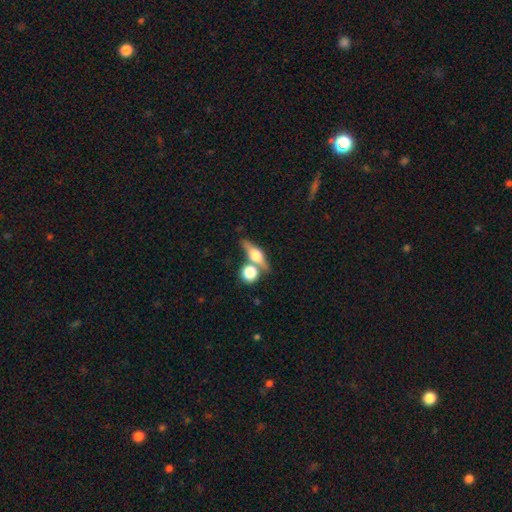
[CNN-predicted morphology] Smooth or featured? featured or disk (57%)
Edge-on disk? yes (90%)
Edge-on bulge? rounded (95%)
Merging? none (65%)